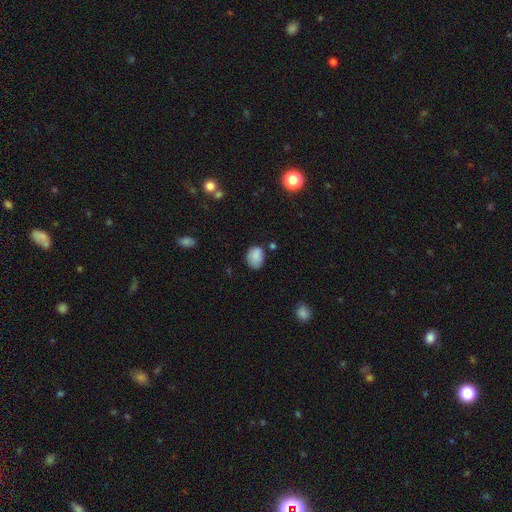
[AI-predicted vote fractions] Smooth or featured? Predicted: smooth (p=0.83). How rounded? Predicted: in between (p=0.58). Merging? Predicted: none (p=0.62).